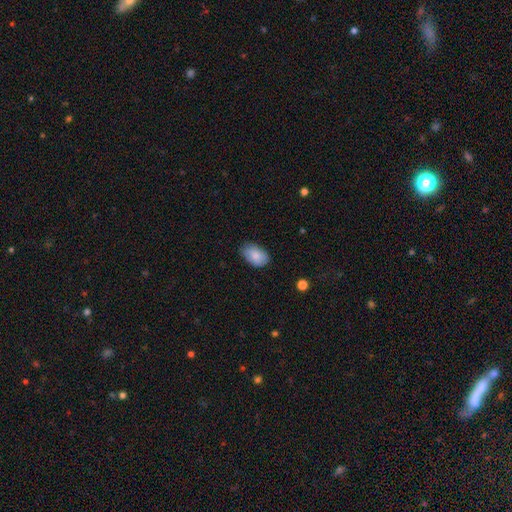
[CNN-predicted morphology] Overall: smooth (84%). How rounded: in between (90%). Merging: none (74%).